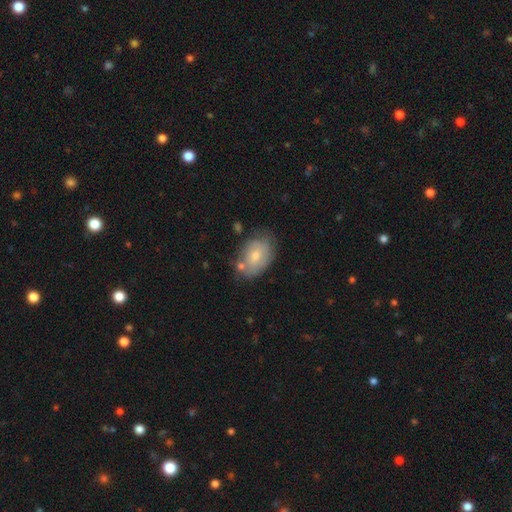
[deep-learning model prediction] Overall: smooth (64%; featured or disk 28%). How rounded: in between (82%). Merging: none (58%; minor disturbance 25%).